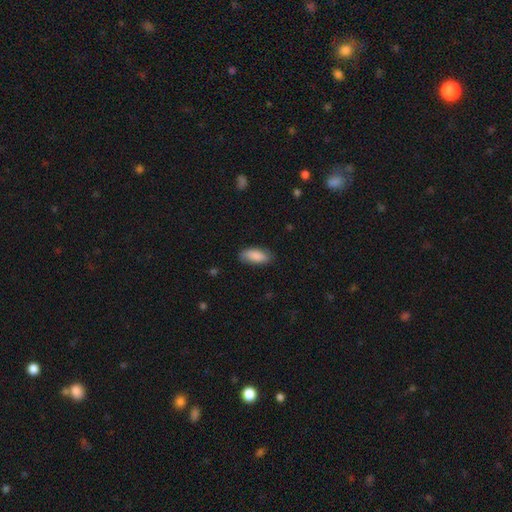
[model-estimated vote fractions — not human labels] A smooth galaxy with no disk features (87%) that is in between round and cigar-shaped (85%). Merging: none (81%).